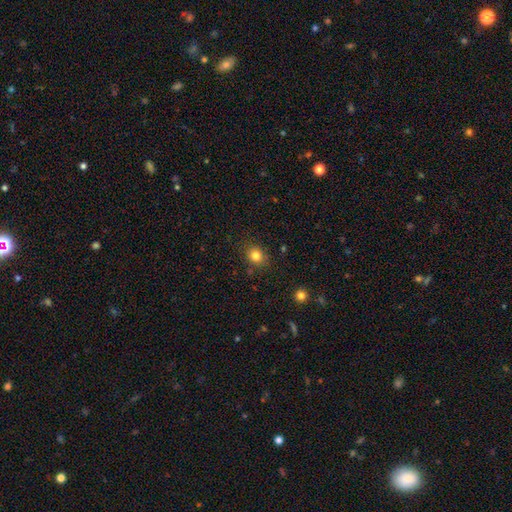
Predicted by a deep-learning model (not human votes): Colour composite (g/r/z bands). It shows a smooth galaxy with no disk features (82%) that is round (68%). Merging: none (83%).